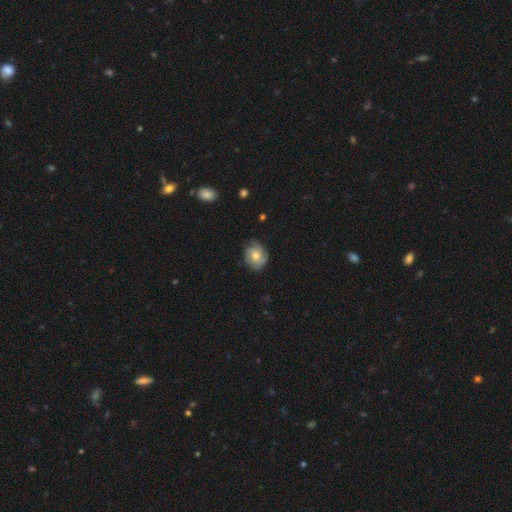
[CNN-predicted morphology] This is possibly a featured or disk galaxy (57%). It is clearly not viewed edge-on (97%). Bar: likely no (79%). Spiral arm pattern: clearly yes (86%). Central bulge: likely moderate (67%). Merging: likely none (68%).